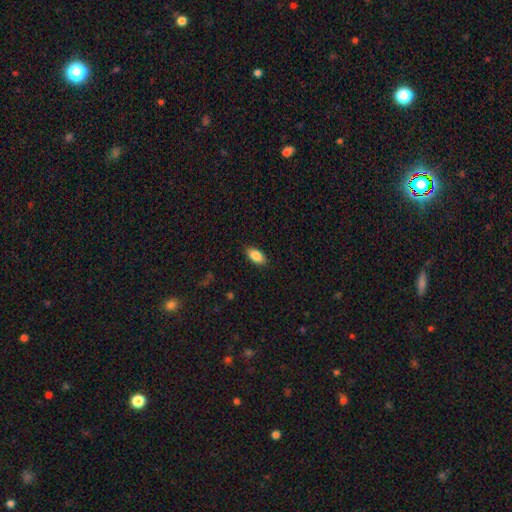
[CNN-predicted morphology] Smooth or featured? Predicted: smooth (p=0.86). How rounded? Predicted: in between (p=0.92). Merging? Predicted: none (p=0.87).